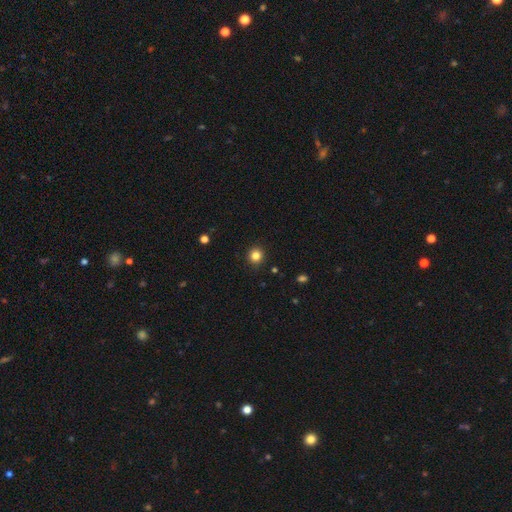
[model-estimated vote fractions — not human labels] This appears to be a smooth galaxy with no disk features (83%) that is round (93%). Merging: none (92%).